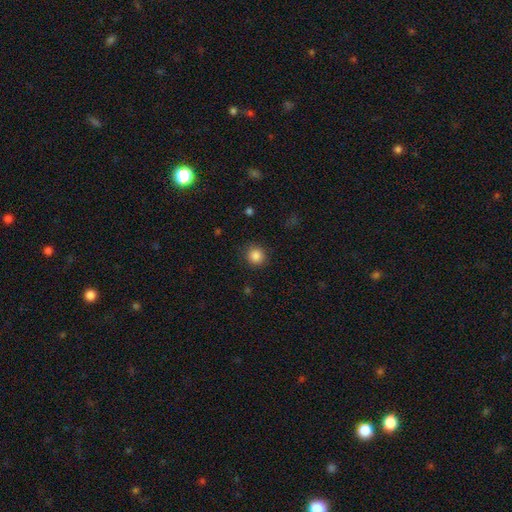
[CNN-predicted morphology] smooth-or-featured: smooth: 86% | star or artifact: 10% | featured or disk: 4%
  how-rounded: round: 91% | in between: 8% | cigar-shaped: 1%
  merging: none: 88% | minor disturbance: 8% | major disturbance: 3% | merger: 1%